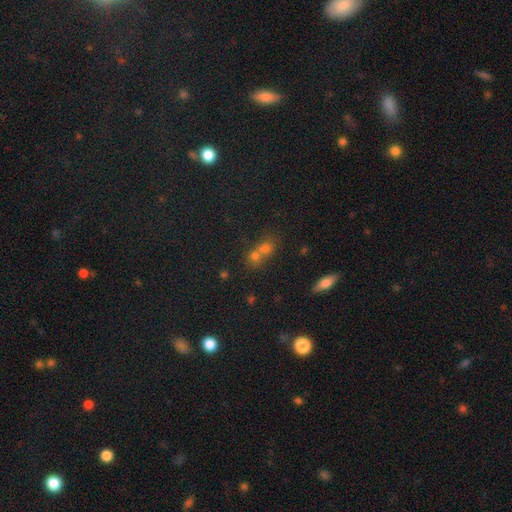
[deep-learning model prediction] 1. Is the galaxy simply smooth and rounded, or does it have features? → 59% smooth, 26% star or artifact, 15% featured or disk.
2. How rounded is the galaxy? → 71% round, 27% in between, 3% cigar-shaped.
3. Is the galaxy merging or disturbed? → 56% merger, 35% none, 6% minor disturbance, 3% major disturbance.